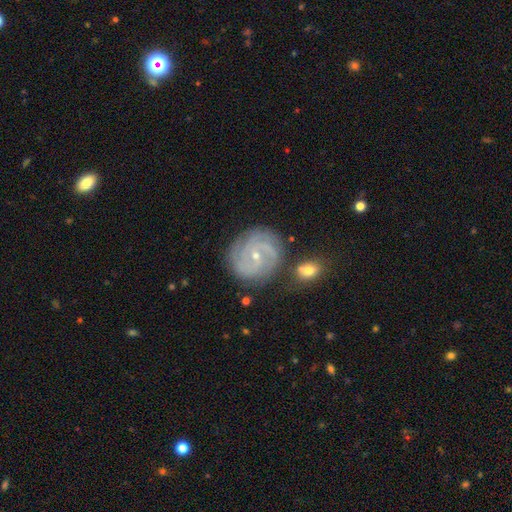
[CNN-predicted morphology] This is clearly a featured or disk galaxy (87%). It is clearly not viewed edge-on (98%). Bar: possibly no (53%). Spiral arm pattern: clearly yes (97%). Spiral arm count: marginally 3 (33%). Spiral winding: likely tight (67%). Central bulge: likely small (75%). Merging: likely none (76%).